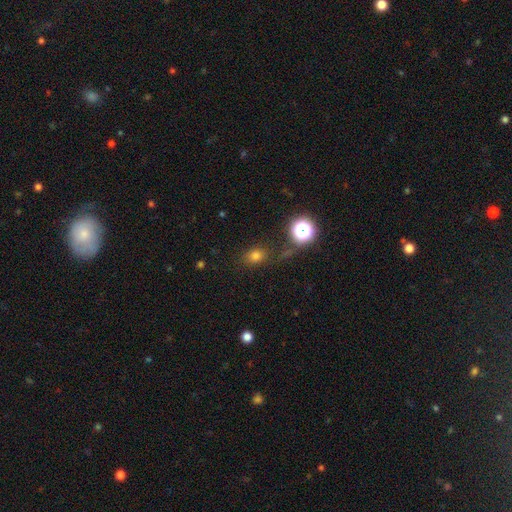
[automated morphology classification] type=smooth (72%); roundness=in between (50%); merging=none (75%).